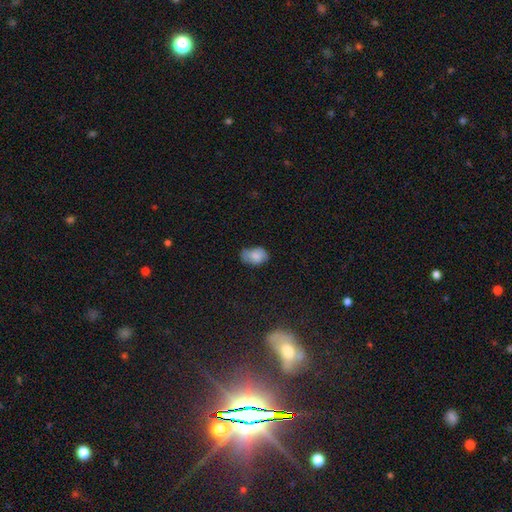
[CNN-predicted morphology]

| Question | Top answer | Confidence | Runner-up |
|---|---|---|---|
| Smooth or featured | smooth | 77% | featured or disk (14%) |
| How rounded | in between | 85% | round (13%) |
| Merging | none | 53% | minor disturbance (37%) |